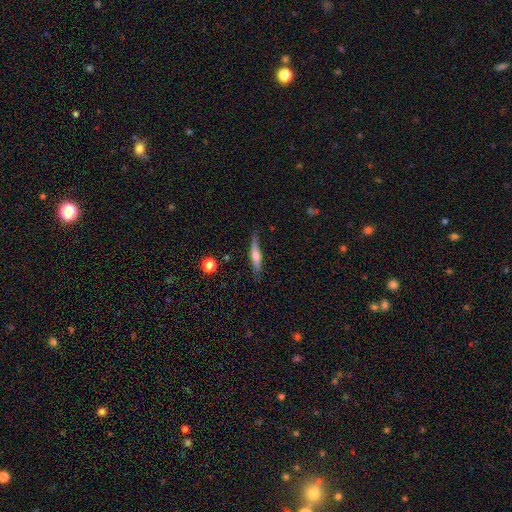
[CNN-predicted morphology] This appears to be a smooth galaxy with no disk features (48%). Merging: none (80%).